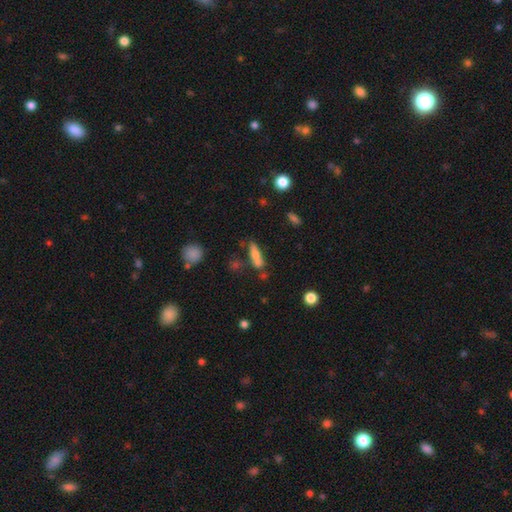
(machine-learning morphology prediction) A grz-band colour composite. It shows a smooth galaxy with no disk features (65%) that is cigar-shaped (59%). Merging: none (53%).